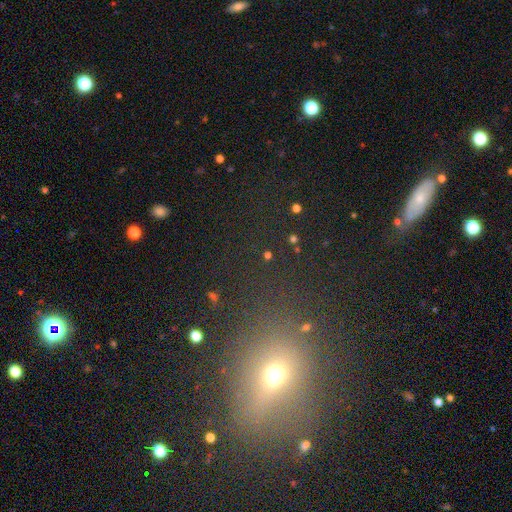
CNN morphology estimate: This appears to be a star or artifact, not a galaxy (46%).